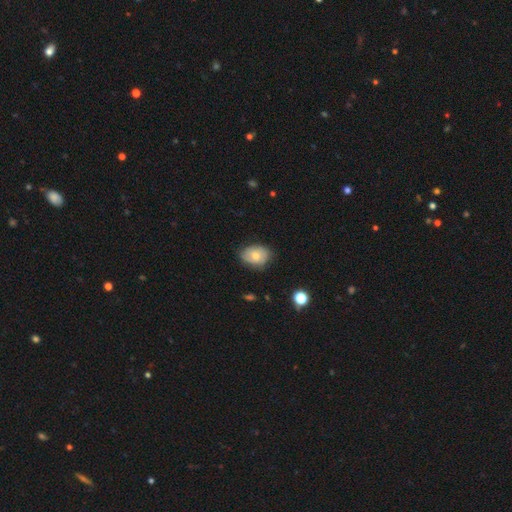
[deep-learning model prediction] Smooth or featured: smooth — 66% (featured or disk — 26%)
How rounded: in between — 74% (round — 25%)
Merging: none — 69% (minor disturbance — 25%)